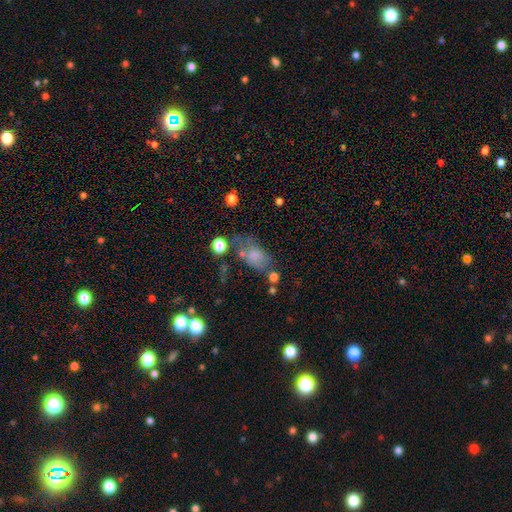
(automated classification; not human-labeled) Smooth or featured? Predicted: smooth (p=0.65). How rounded? Predicted: in between (p=0.84). Merging? Predicted: none (p=0.38).